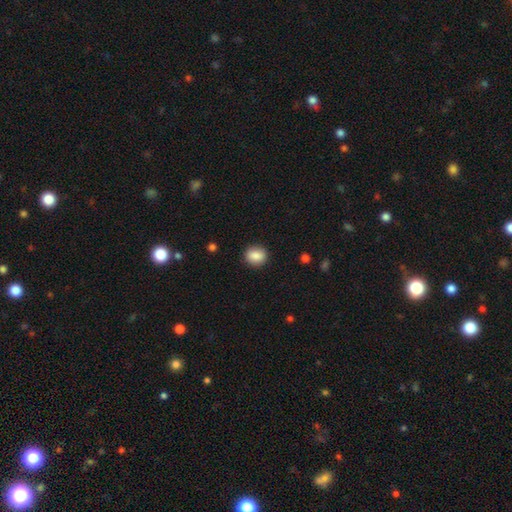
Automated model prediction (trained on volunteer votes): Overall: smooth (87%). How rounded: round (69%; in between 30%). Merging: none (89%).